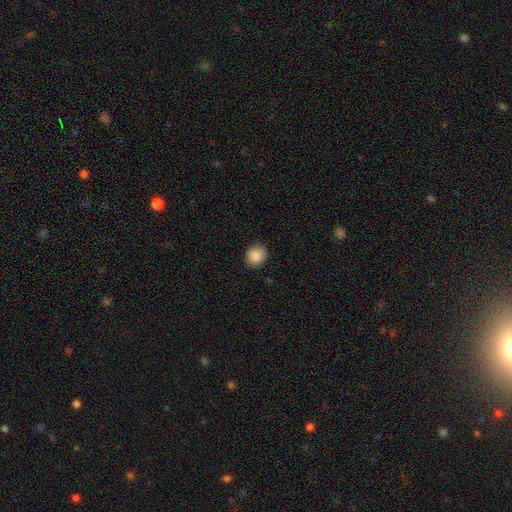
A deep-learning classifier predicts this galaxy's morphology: Overall: smooth (88%). How rounded: round (75%). Merging: none (86%).